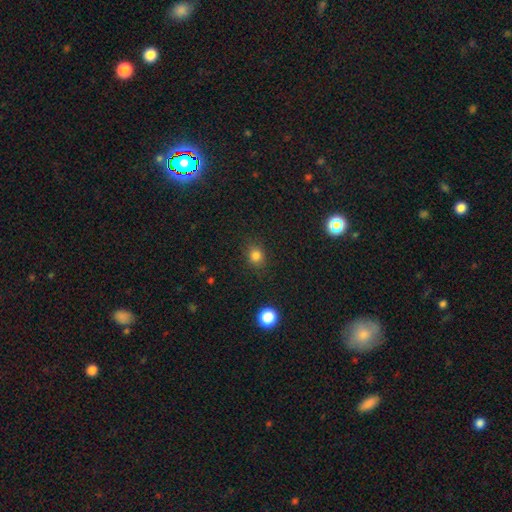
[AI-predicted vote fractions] The model was most divided on "how rounded": round: 70%, in between: 28%, cigar-shaped: 1%. More confident: merging — none (84%); smooth or featured — smooth (80%).